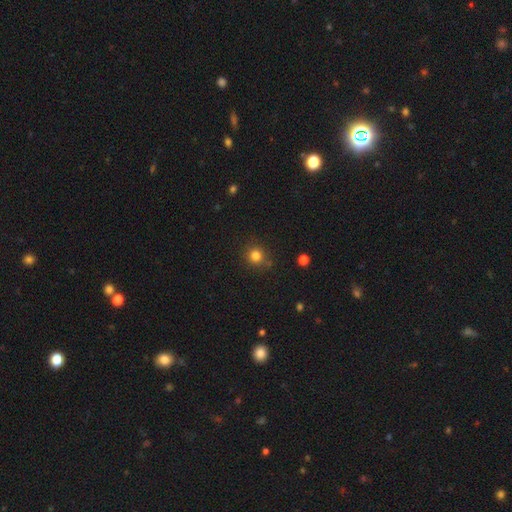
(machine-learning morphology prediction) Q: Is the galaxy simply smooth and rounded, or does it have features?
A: smooth — 82%.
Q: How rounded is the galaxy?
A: round — 90%.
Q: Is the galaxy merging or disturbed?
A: none — 83%.